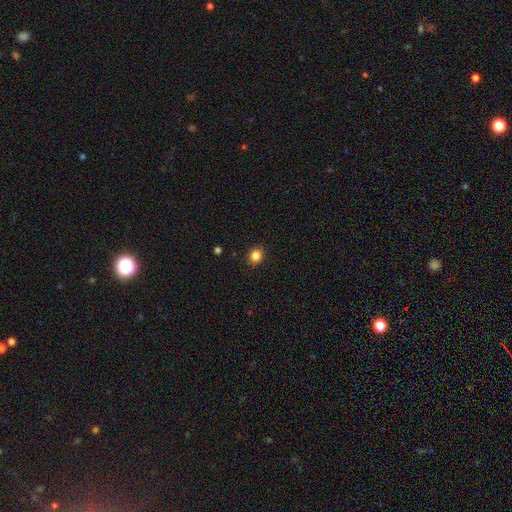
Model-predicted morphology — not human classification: smooth-or-featured: smooth: 85% | star or artifact: 11% | featured or disk: 4%
  how-rounded: round: 85% | in between: 14% | cigar-shaped: 1%
  merging: none: 91% | minor disturbance: 6% | major disturbance: 2% | merger: 1%